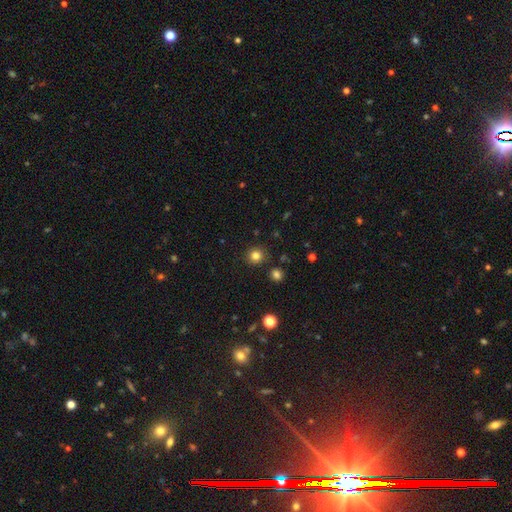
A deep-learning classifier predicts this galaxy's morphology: A smooth galaxy with no disk features (82%) that is round (91%). Merging: none (89%).